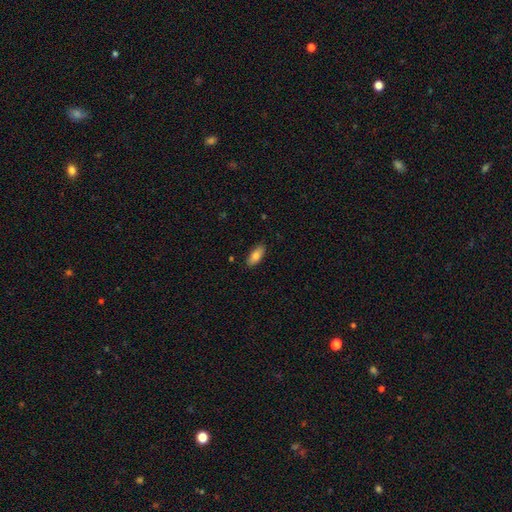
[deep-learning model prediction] Morphology: type=smooth (81%); roundness=in between (83%); merging=none (87%).